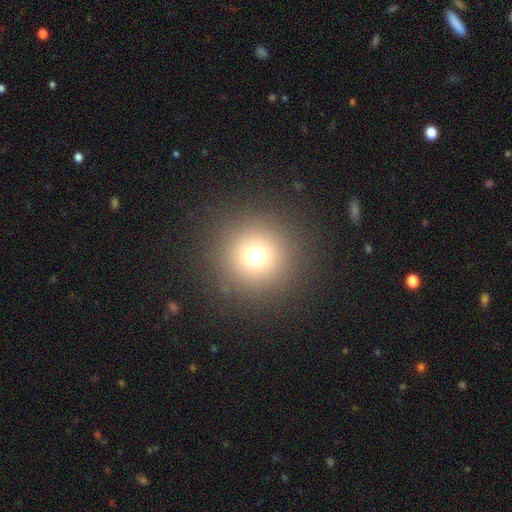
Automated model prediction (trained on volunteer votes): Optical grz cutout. It shows a smooth galaxy with no disk features (71%) that is round (96%). Merging: none (91%).